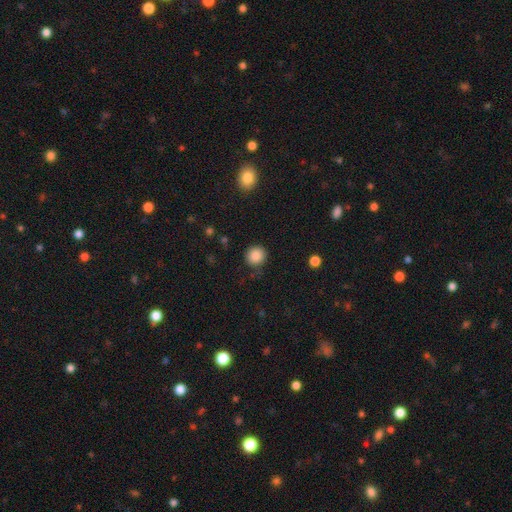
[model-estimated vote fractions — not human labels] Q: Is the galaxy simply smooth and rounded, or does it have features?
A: smooth — 87%.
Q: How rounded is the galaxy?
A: round — 90%.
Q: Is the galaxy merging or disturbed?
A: none — 86%.